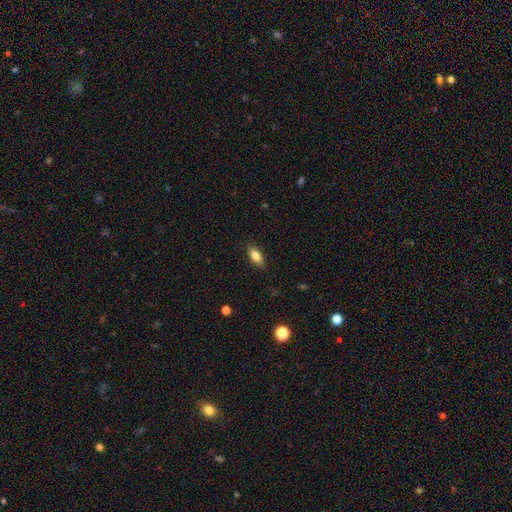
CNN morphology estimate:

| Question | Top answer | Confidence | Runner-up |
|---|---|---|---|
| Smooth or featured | smooth | 82% | featured or disk (10%) |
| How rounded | in between | 85% | cigar-shaped (11%) |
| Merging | none | 85% | minor disturbance (11%) |